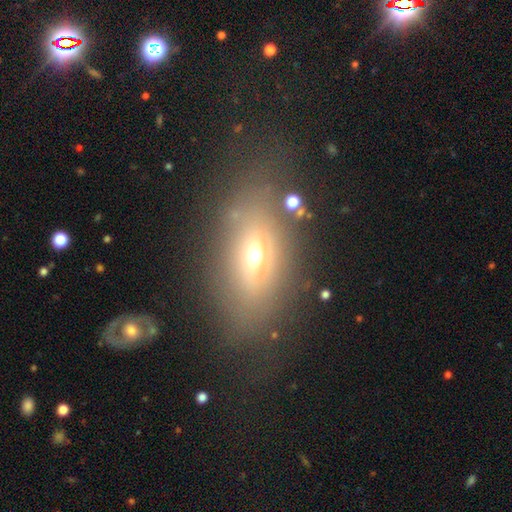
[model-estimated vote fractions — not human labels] Smooth or featured? smooth (50%)
How rounded? in between (79%)
Merging? none (68%)